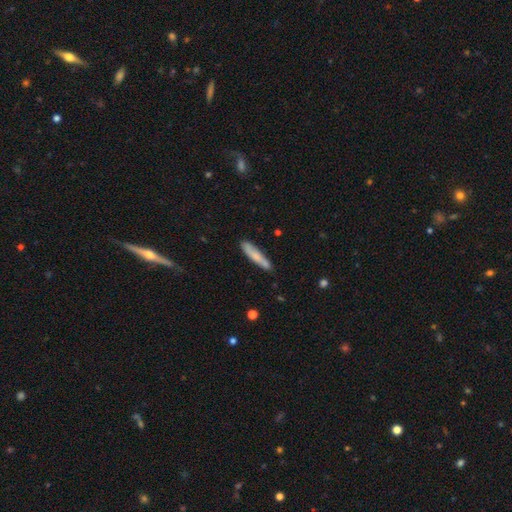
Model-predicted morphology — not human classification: Overall: smooth (72%). How rounded: cigar-shaped (88%). Merging: none (78%).